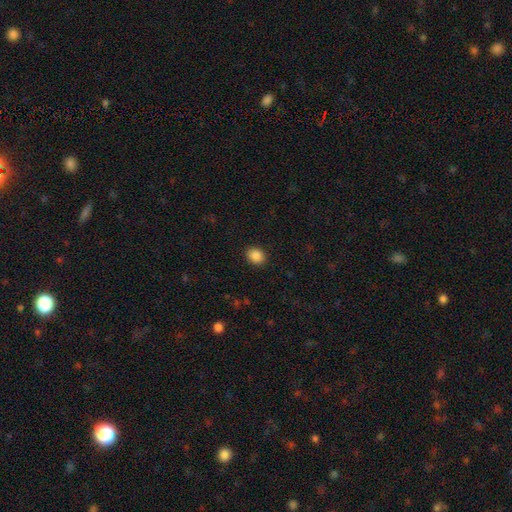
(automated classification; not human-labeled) The model was most divided on "how rounded": round: 55%, in between: 44%, cigar-shaped: 1%. More confident: merging — none (90%); smooth or featured — smooth (88%).